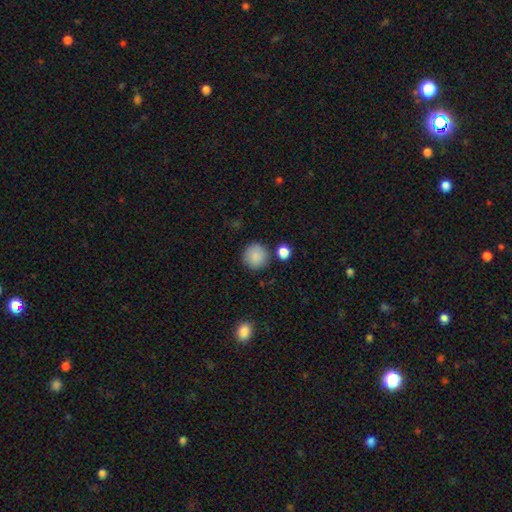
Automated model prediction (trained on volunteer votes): Q: Smooth or featured?
A: smooth (88%); runner-up: star or artifact (8%)
Q: How rounded?
A: round (94%); runner-up: in between (5%)
Q: Merging?
A: none (84%); runner-up: minor disturbance (8%)